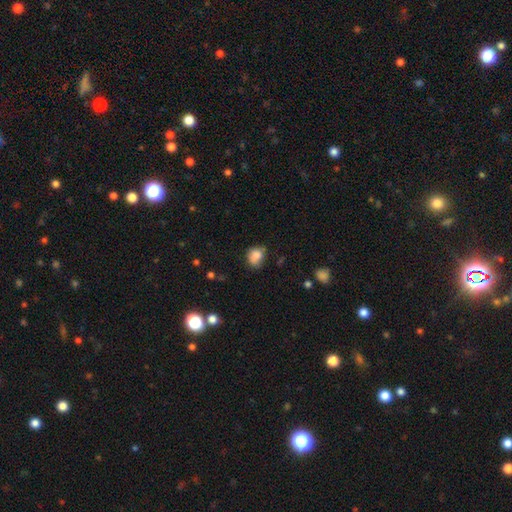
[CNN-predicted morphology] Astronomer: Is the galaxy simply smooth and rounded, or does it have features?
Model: smooth — 82%.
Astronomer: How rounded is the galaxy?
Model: round — 57% (runner-up: in between, 42%).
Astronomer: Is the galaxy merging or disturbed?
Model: none — 55% (runner-up: minor disturbance, 31%).